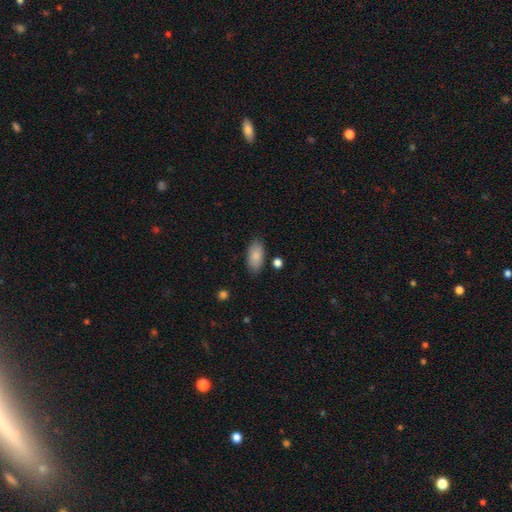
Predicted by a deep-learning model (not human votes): smooth_or_featured: smooth (p=0.85) [alt: featured or disk p=0.08]
how_rounded: in between (p=0.92) [alt: cigar-shaped p=0.05]
merging: none (p=0.82) [alt: minor disturbance p=0.12]